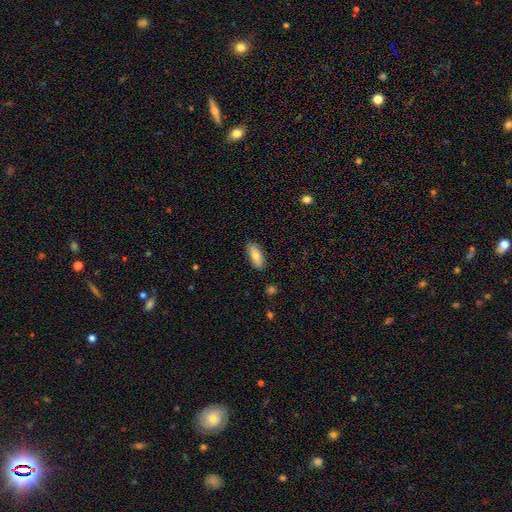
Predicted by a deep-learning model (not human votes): This is likely a smooth galaxy (75%). How rounded: likely in between (77%). Merging: clearly none (82%).